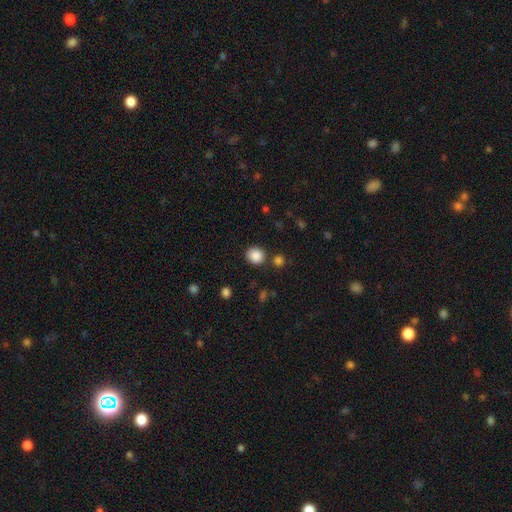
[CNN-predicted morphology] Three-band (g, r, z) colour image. It shows a smooth galaxy with no disk features (87%) that is round (80%). Merging: none (82%).